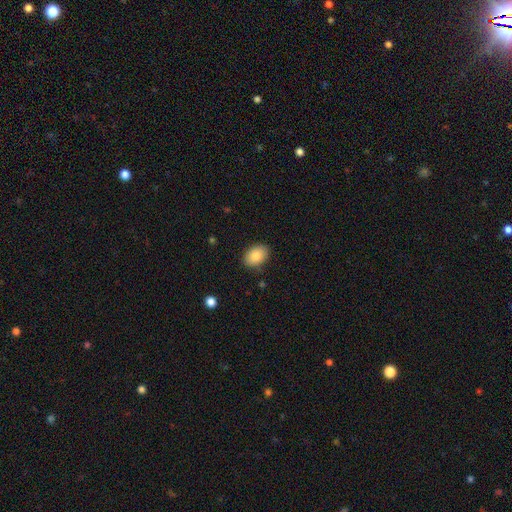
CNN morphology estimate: This is clearly a smooth galaxy (85%). How rounded: clearly in between (83%). Merging: clearly none (86%).